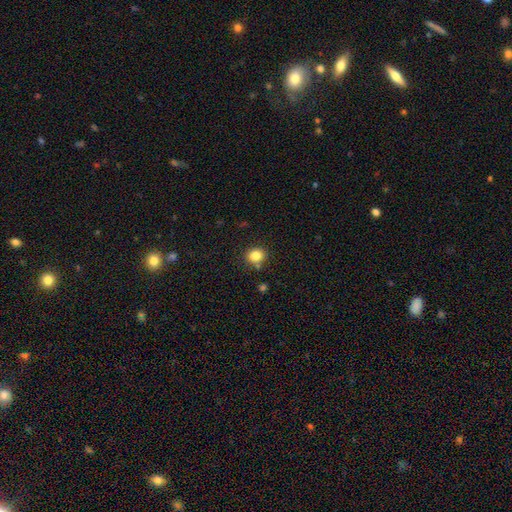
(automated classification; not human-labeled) Smooth or featured? smooth (84%)
How rounded? round (71%)
Merging? none (79%)